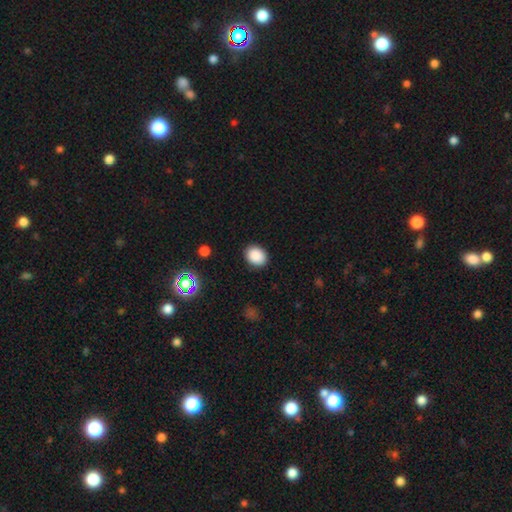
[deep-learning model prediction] Smooth or featured: smooth — 88% (star or artifact — 9%)
How rounded: in between — 52% (round — 47%)
Merging: none — 89% (minor disturbance — 8%)